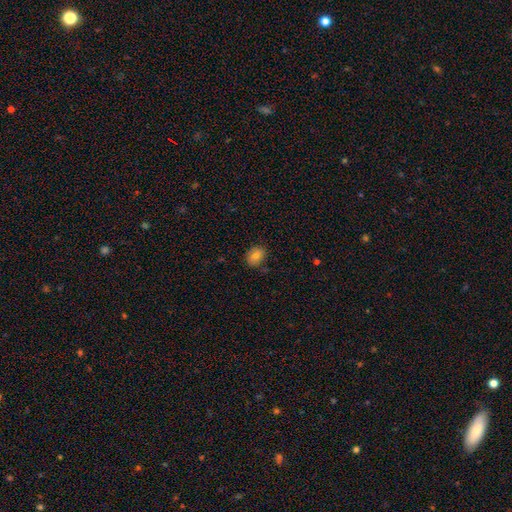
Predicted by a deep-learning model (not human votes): A smooth galaxy with no disk features (78%) that is in between round and cigar-shaped (57%).

Vote fractions:
- Smooth or featured? smooth: 78% / featured or disk: 12% / star or artifact: 10%
- How rounded? in between: 57% / round: 42% / cigar-shaped: 1%
- Merging? none: 82% / minor disturbance: 14% / major disturbance: 3% / merger: 2%